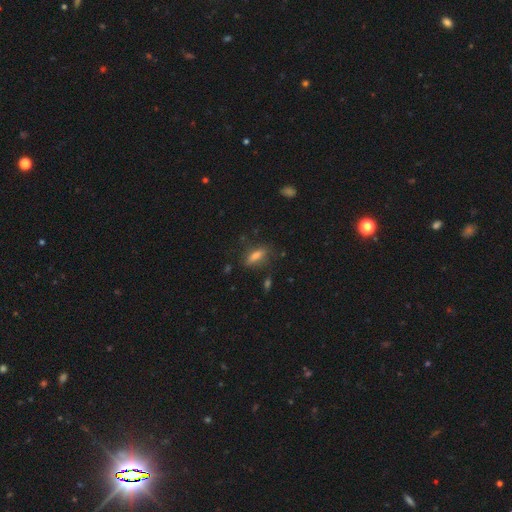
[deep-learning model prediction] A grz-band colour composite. It shows a smooth galaxy with no disk features (69%) that is in between round and cigar-shaped (54%). Merging: none (75%).